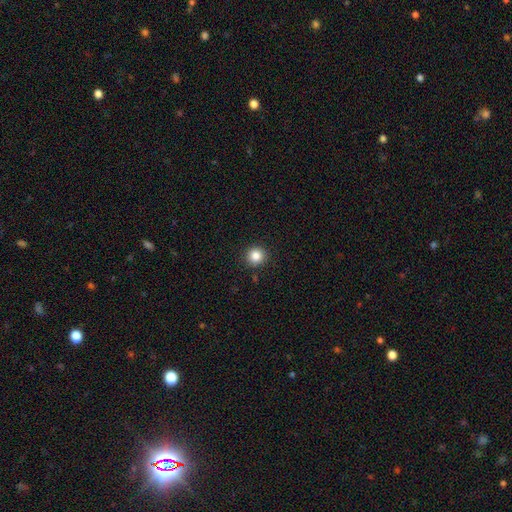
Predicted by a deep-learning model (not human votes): Smooth or featured?
  - smooth: 85% *
  - star or artifact: 10%
  - featured or disk: 4%
How rounded?
  - round: 93% *
  - in between: 6%
  - cigar-shaped: 1%
Merging?
  - none: 91% *
  - minor disturbance: 6%
  - major disturbance: 2%
  - merger: 1%